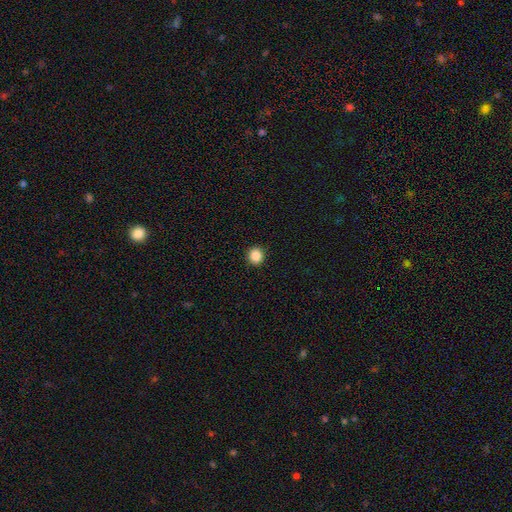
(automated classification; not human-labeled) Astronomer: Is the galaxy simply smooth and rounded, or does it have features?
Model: smooth — 87%.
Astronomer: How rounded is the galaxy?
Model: round — 91%.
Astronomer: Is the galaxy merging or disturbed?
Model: none — 93%.